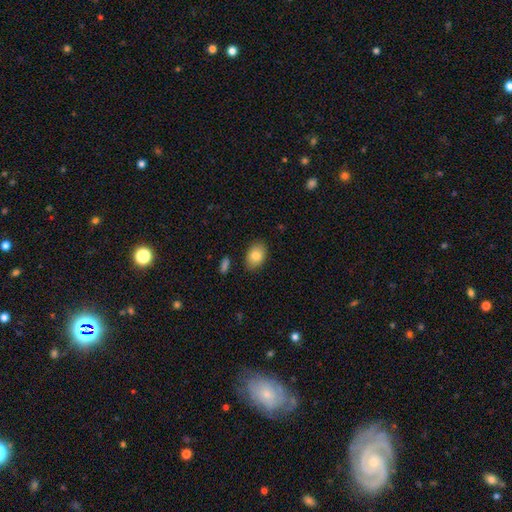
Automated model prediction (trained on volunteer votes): smooth 84%, featured or disk 9%, star or artifact 7%. Down the decision tree: how rounded — in between (83%); merging — none (85%).